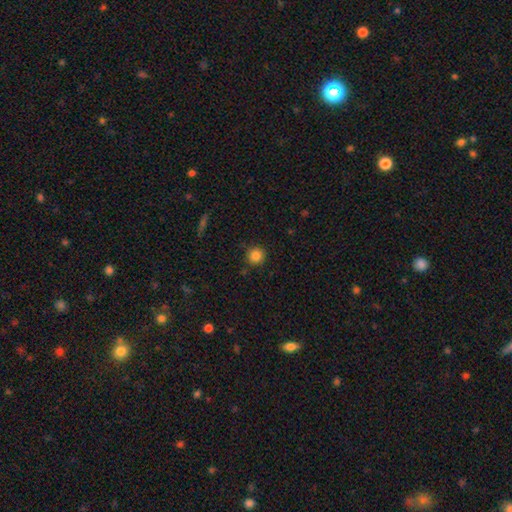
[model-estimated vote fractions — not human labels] A smooth galaxy with no disk features (84%) that is round (95%).

Vote fractions:
- Smooth or featured? smooth: 84% / star or artifact: 11% / featured or disk: 5%
- How rounded? round: 95% / in between: 4% / cigar-shaped: 1%
- Merging? none: 89% / minor disturbance: 8% / major disturbance: 2% / merger: 2%